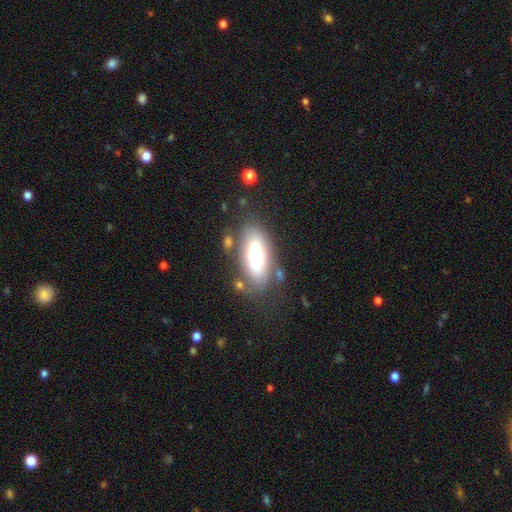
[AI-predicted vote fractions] Smooth or featured? Predicted: smooth (p=0.68). How rounded? Predicted: in between (p=0.82). Merging? Predicted: none (p=0.71).